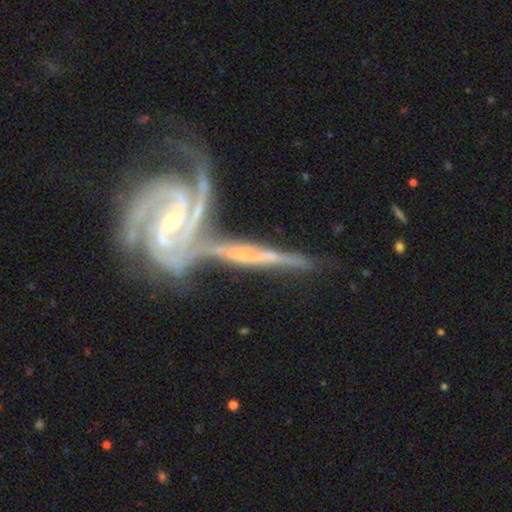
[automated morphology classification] Overall: featured or disk (86%). Edge-on disk: yes (51%; no 49%). Merging: merger (44%; none 36%).